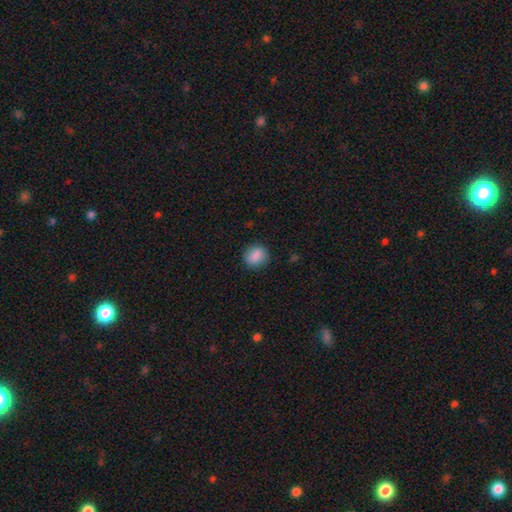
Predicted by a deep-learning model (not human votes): smooth-or-featured: smooth: 87% | star or artifact: 8% | featured or disk: 5%
  how-rounded: round: 65% | in between: 34% | cigar-shaped: 1%
  merging: none: 85% | minor disturbance: 11% | major disturbance: 3% | merger: 1%